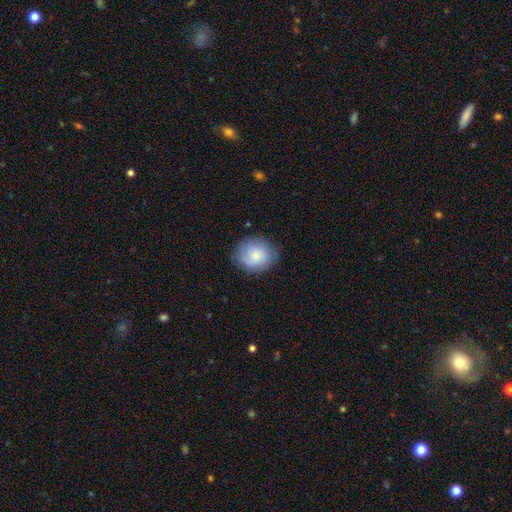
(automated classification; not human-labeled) A smooth galaxy with no disk features (69%) that is round (73%).

Vote fractions:
- Smooth or featured? smooth: 69% / featured or disk: 24% / star or artifact: 7%
- How rounded? round: 73% / in between: 26% / cigar-shaped: 1%
- Merging? none: 78% / minor disturbance: 16% / major disturbance: 5% / merger: 1%